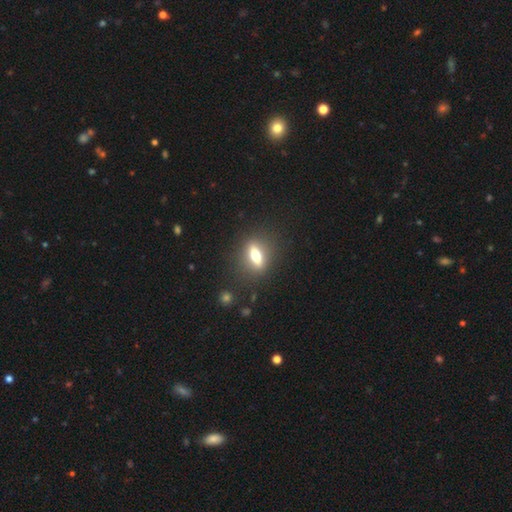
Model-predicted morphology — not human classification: Smooth or featured: smooth — 54% (featured or disk — 37%)
How rounded: in between — 56% (cigar-shaped — 33%)
Merging: none — 84% (minor disturbance — 9%)